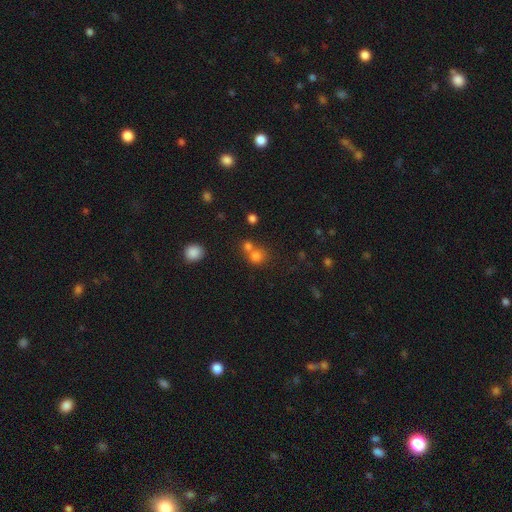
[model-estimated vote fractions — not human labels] smooth_or_featured: smooth (p=0.76) [alt: star or artifact p=0.15]
how_rounded: round (p=0.84) [alt: in between p=0.15]
merging: merger (p=0.46) [alt: none p=0.44]